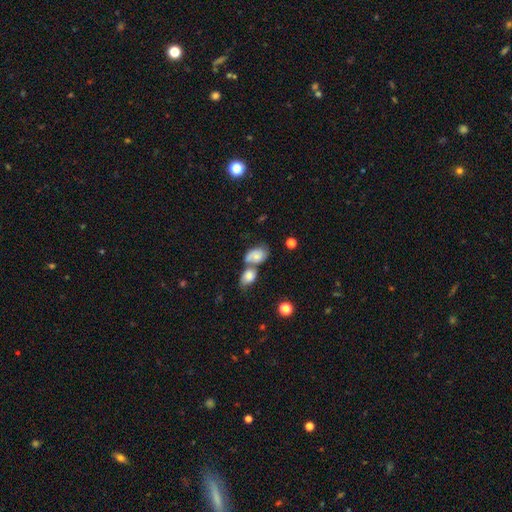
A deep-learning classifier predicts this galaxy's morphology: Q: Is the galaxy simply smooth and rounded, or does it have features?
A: smooth — 64%.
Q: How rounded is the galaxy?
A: in between — 75%.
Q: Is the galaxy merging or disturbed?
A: merger — 61%.